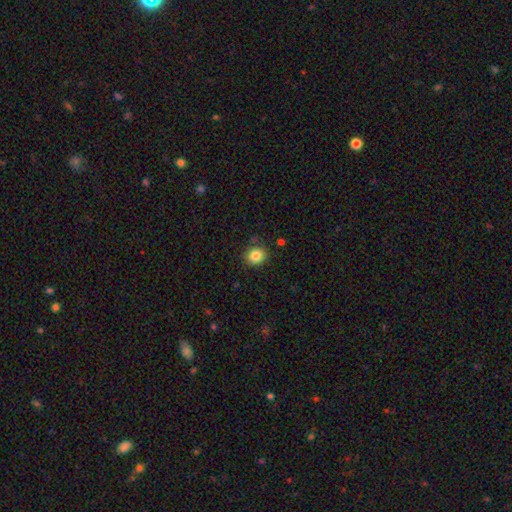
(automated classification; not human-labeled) Smooth or featured?
  - smooth: 84% *
  - star or artifact: 10%
  - featured or disk: 6%
How rounded?
  - round: 82% *
  - in between: 18%
  - cigar-shaped: 1%
Merging?
  - none: 86% *
  - minor disturbance: 9%
  - major disturbance: 2%
  - merger: 2%